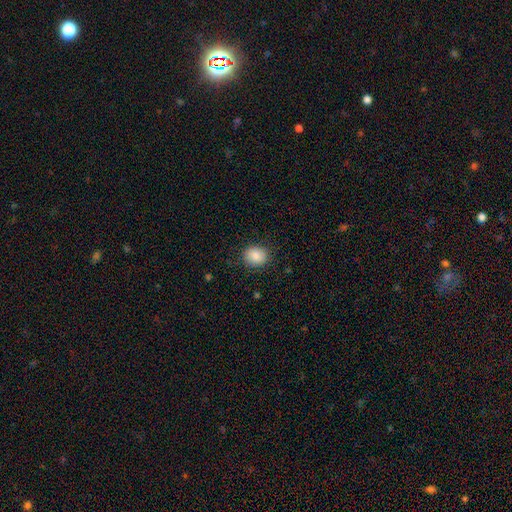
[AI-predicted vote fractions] smooth_or_featured: smooth (p=0.86) [alt: star or artifact p=0.09]
how_rounded: round (p=0.71) [alt: in between p=0.29]
merging: none (p=0.86) [alt: minor disturbance p=0.10]